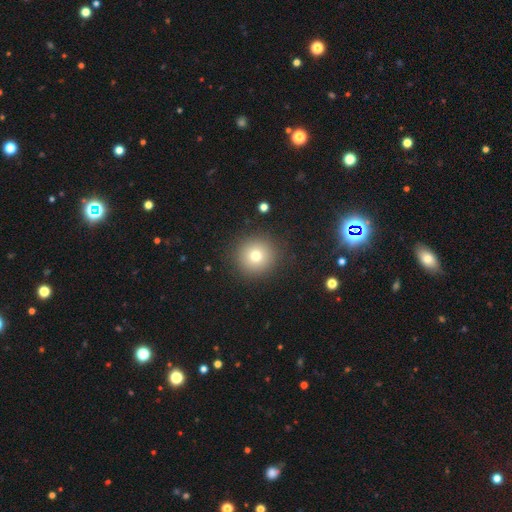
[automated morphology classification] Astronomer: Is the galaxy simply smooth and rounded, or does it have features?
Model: smooth — 76%.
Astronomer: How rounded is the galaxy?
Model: round — 94%.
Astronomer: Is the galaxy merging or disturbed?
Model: none — 90%.